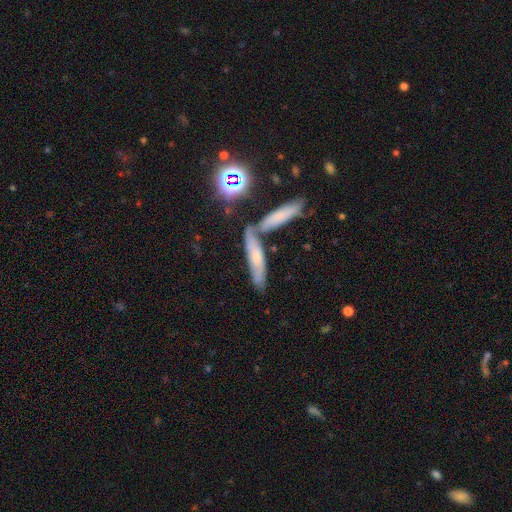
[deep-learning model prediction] Q: Smooth or featured?
A: smooth (50%); runner-up: featured or disk (35%)
Q: Merging?
A: none (57%); runner-up: merger (26%)